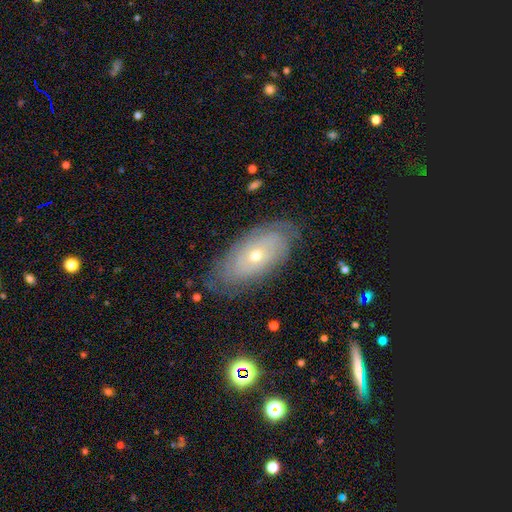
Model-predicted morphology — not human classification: A featured or disk galaxy (64%) with no bar (86%), spiral arms (69%) and a small central bulge (54%).

Vote fractions:
- Smooth or featured? featured or disk: 64% / smooth: 28% / star or artifact: 9%
- Edge-on disk? no: 88% / yes: 12%
- Bar? no: 86% / weak: 11% / strong: 3%
- Spiral arms? yes: 69% / no: 31%
- Bulge size? small: 54% / moderate: 43% / large: 1% / dominant: 1% / none: 1%
- Merging? none: 77% / minor disturbance: 17% / major disturbance: 5% / merger: 1%